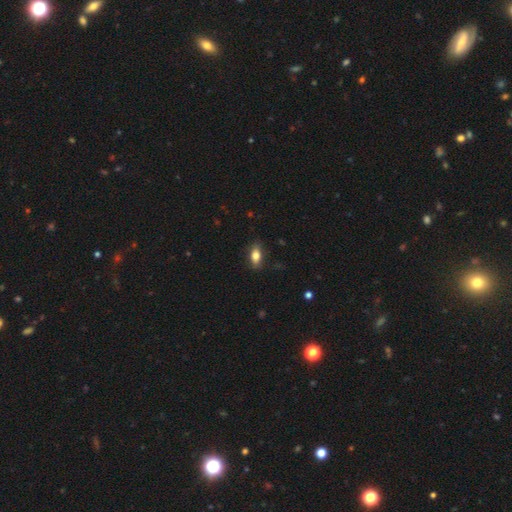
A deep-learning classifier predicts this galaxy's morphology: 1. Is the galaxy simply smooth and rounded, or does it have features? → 78% smooth, 14% featured or disk, 8% star or artifact.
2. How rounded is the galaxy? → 85% in between, 10% cigar-shaped, 6% round.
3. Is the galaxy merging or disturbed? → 82% none, 14% minor disturbance, 3% major disturbance, 1% merger.